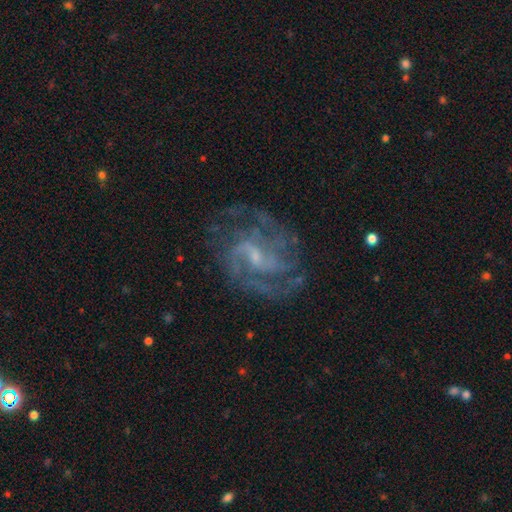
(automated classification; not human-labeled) This is clearly a featured or disk galaxy (88%). It is clearly not viewed edge-on (98%). Bar: possibly weak (55%). Spiral arm pattern: clearly yes (96%). Spiral arm count: marginally 2 (39%). Spiral winding: possibly medium (52%). Central bulge: likely small (61%). Merging: likely none (69%).